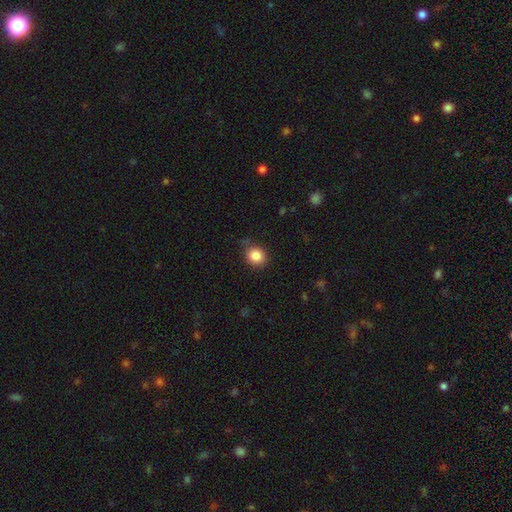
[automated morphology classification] A smooth galaxy with no disk features (85%) that is round (77%).

Vote fractions:
- Smooth or featured? smooth: 85% / star or artifact: 10% / featured or disk: 5%
- How rounded? round: 77% / in between: 22% / cigar-shaped: 1%
- Merging? none: 80% / minor disturbance: 15% / major disturbance: 3% / merger: 2%